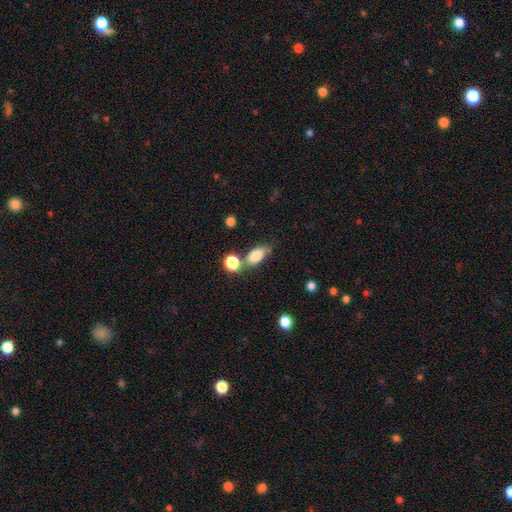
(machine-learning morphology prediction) smooth_or_featured: smooth (p=0.81) [alt: featured or disk p=0.11]
how_rounded: in between (p=0.84) [alt: cigar-shaped p=0.08]
merging: none (p=0.57) [alt: merger p=0.22]